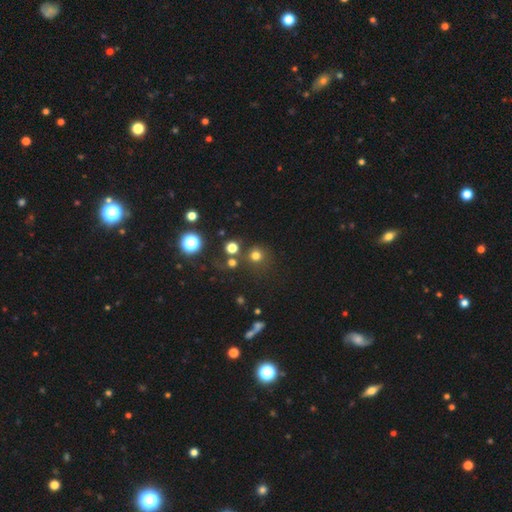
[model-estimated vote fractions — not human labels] smooth-or-featured: smooth: 71% | star or artifact: 22% | featured or disk: 6%
  how-rounded: round: 92% | in between: 7% | cigar-shaped: 1%
  merging: none: 78% | merger: 10% | minor disturbance: 8% | major disturbance: 4%